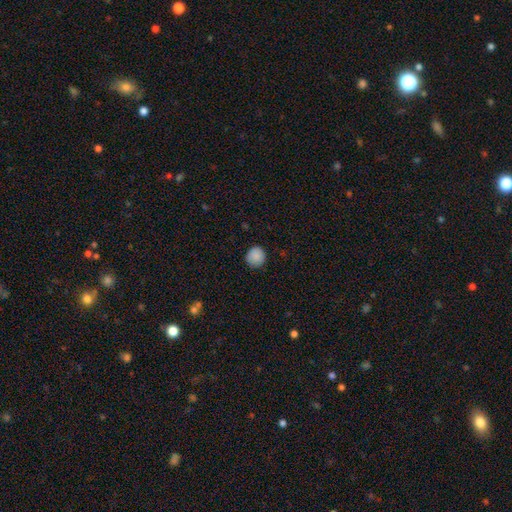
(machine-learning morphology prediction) A smooth galaxy with no disk features (87%) that is round (92%). Merging: none (88%).